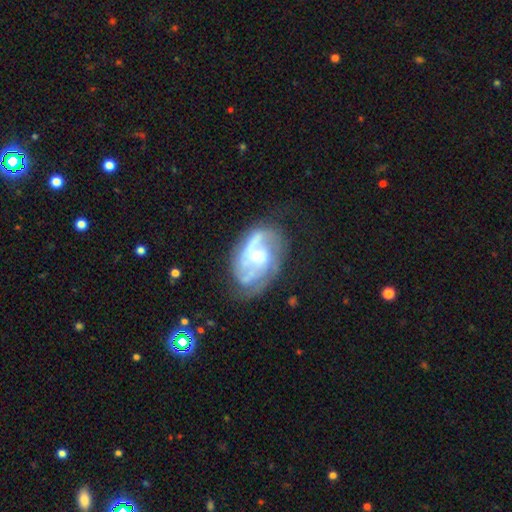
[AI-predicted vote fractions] This appears to be a featured or disk galaxy (85%) with no bar (62%), 2 (43%) medium (44%) spiral arms (95%) and a small central bulge (50%). Merging: none (64%).